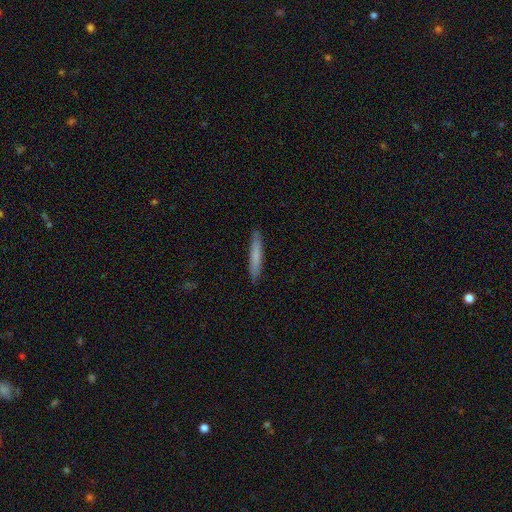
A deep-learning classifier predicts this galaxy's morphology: type=smooth (73%); roundness=cigar-shaped (94%); merging=none (90%).